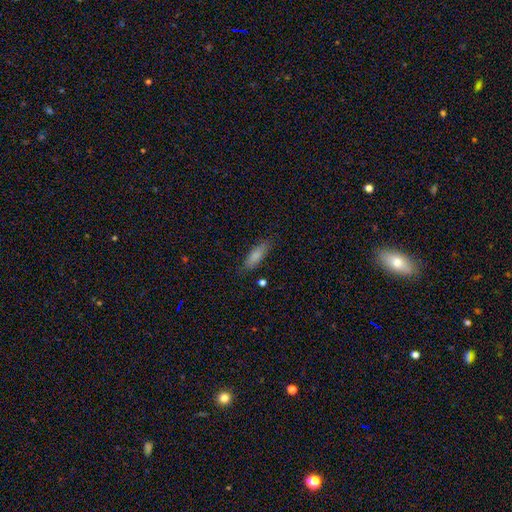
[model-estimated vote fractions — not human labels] A smooth galaxy with no disk features (82%) that is in between round and cigar-shaped (53%).

Vote fractions:
- Smooth or featured? smooth: 82% / featured or disk: 11% / star or artifact: 7%
- How rounded? in between: 53% / cigar-shaped: 45% / round: 2%
- Merging? none: 81% / minor disturbance: 14% / major disturbance: 3% / merger: 2%